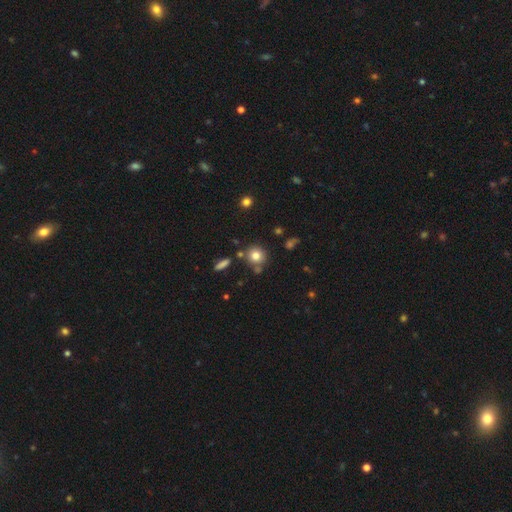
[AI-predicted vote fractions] The model was most divided on "merging": none: 75%, merger: 11%, minor disturbance: 11%, major disturbance: 3%. More confident: how rounded — round (88%); smooth or featured — smooth (79%).